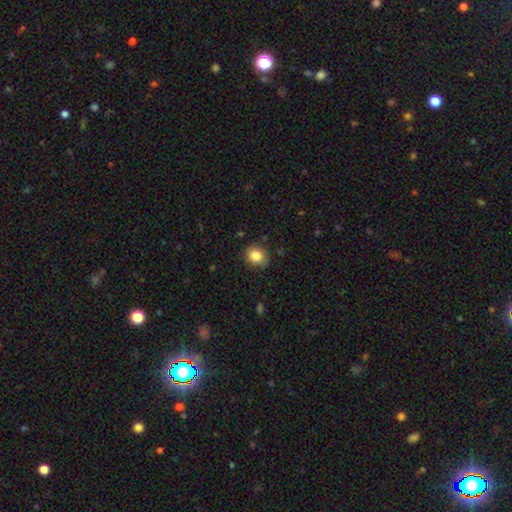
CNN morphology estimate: Q: Smooth or featured?
A: smooth (85%); runner-up: star or artifact (9%)
Q: How rounded?
A: round (72%); runner-up: in between (27%)
Q: Merging?
A: none (81%); runner-up: minor disturbance (15%)